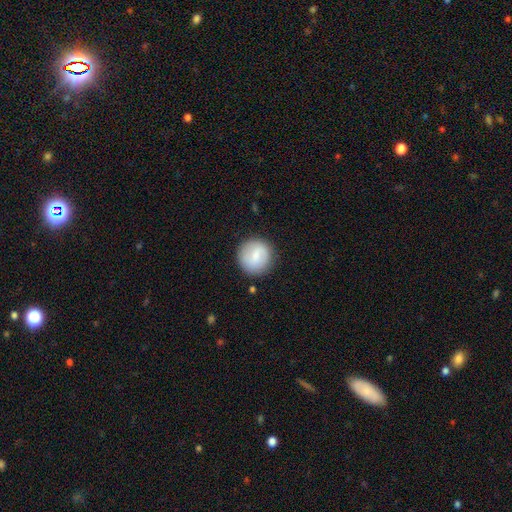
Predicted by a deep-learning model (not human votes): This appears to be a smooth galaxy with no disk features (74%) that is round (93%). Merging: none (86%).